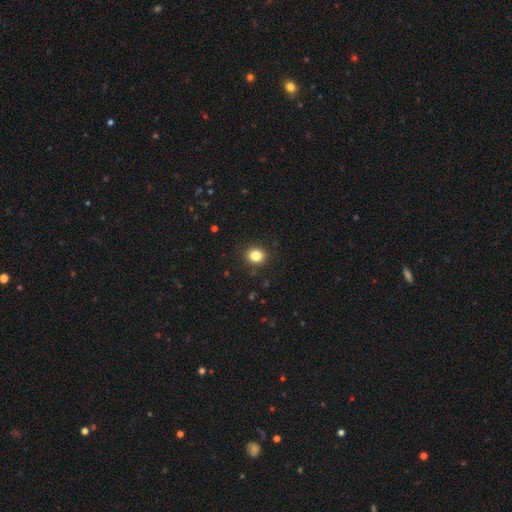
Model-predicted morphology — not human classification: Smooth or featured: smooth — 83% (star or artifact — 11%)
How rounded: round — 79% (in between — 20%)
Merging: none — 90% (minor disturbance — 7%)